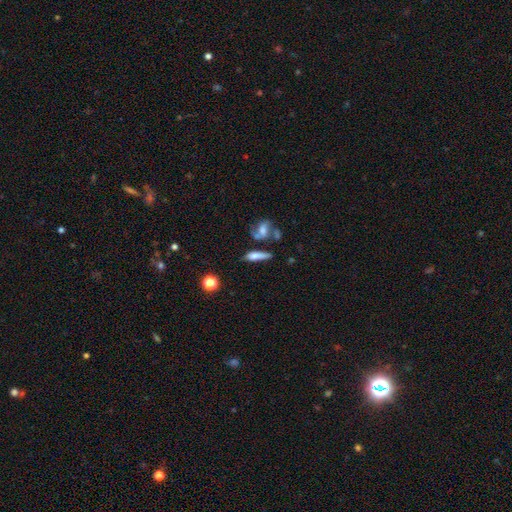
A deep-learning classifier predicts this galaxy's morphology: Q: Smooth or featured?
A: smooth (64%); runner-up: featured or disk (26%)
Q: How rounded?
A: cigar-shaped (63%); runner-up: in between (32%)
Q: Merging?
A: none (50%); runner-up: merger (21%)